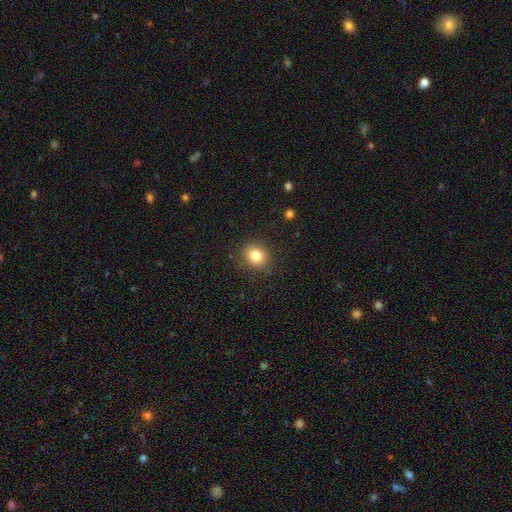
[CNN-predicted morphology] Smooth or featured? Predicted: smooth (p=0.82). How rounded? Predicted: round (p=0.78). Merging? Predicted: none (p=0.88).